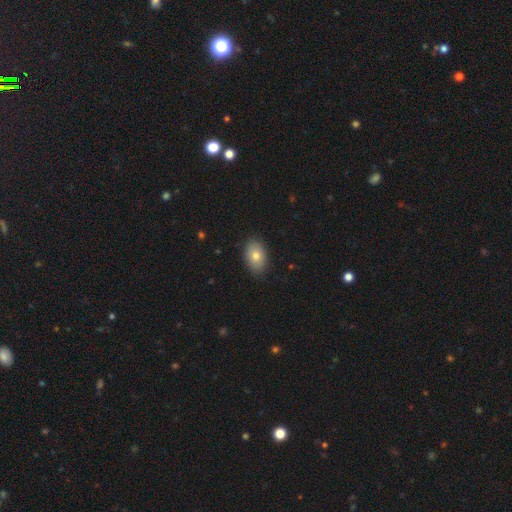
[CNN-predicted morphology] Smooth or featured? smooth (78%)
How rounded? in between (87%)
Merging? none (87%)